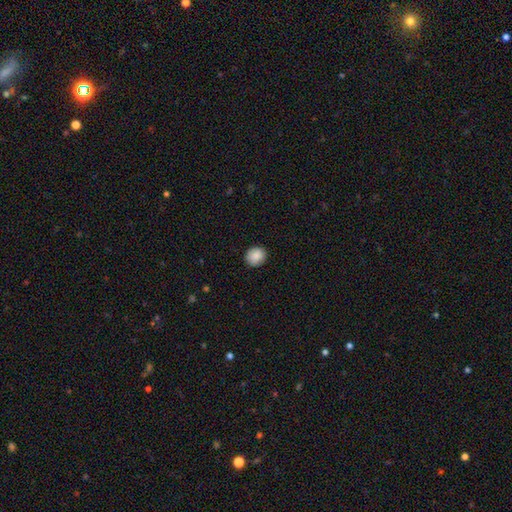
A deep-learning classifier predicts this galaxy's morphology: smooth_or_featured: smooth (p=0.88) [alt: star or artifact p=0.08]
how_rounded: round (p=0.87) [alt: in between p=0.12]
merging: none (p=0.89) [alt: minor disturbance p=0.09]